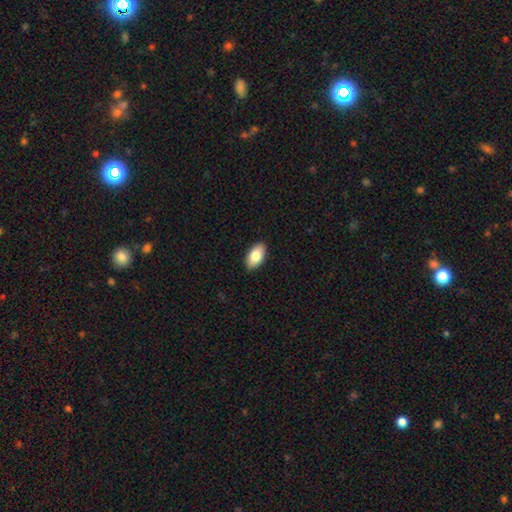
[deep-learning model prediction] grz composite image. It shows a smooth galaxy with no disk features (81%) that is in between round and cigar-shaped (94%). Merging: none (90%).